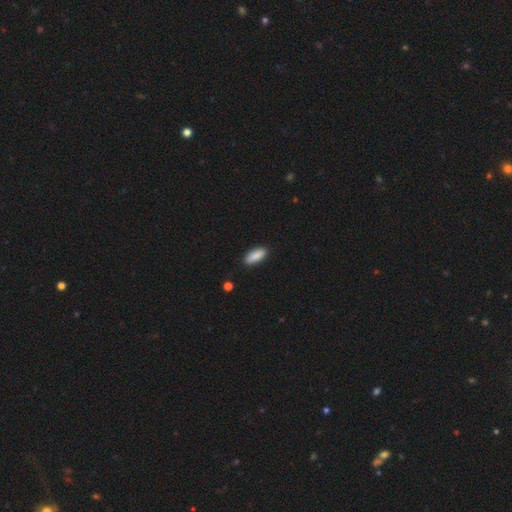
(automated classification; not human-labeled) Q: Smooth or featured?
A: smooth (89%); runner-up: star or artifact (6%)
Q: How rounded?
A: in between (77%); runner-up: cigar-shaped (21%)
Q: Merging?
A: none (89%); runner-up: minor disturbance (8%)